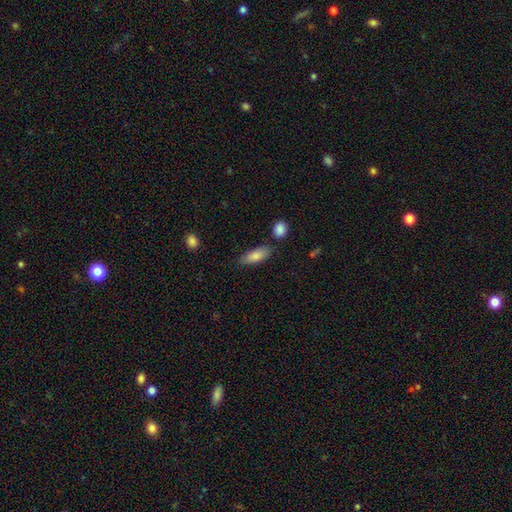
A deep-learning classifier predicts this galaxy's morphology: smooth-or-featured: smooth: 83% | featured or disk: 11% | star or artifact: 6%
  how-rounded: in between: 73% | cigar-shaped: 24% | round: 2%
  merging: none: 75% | minor disturbance: 15% | merger: 6% | major disturbance: 4%